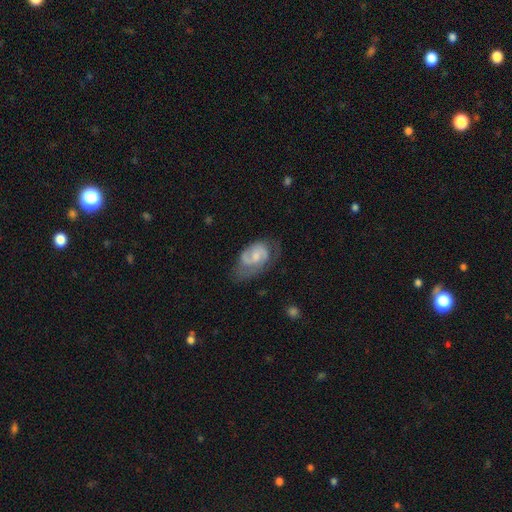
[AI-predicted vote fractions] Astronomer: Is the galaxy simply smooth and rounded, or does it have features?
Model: featured or disk — 70%.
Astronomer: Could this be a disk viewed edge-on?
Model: no — 97%.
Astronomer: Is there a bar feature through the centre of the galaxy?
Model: no — 52% (runner-up: weak, 42%).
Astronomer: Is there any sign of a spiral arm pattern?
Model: yes — 90%.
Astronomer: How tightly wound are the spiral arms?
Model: medium — 46% (runner-up: tight, 35%).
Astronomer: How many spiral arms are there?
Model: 2 — 65%.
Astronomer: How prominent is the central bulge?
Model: small — 46% (runner-up: moderate, 37%).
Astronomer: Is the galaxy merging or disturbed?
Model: none — 51% (runner-up: minor disturbance, 28%).